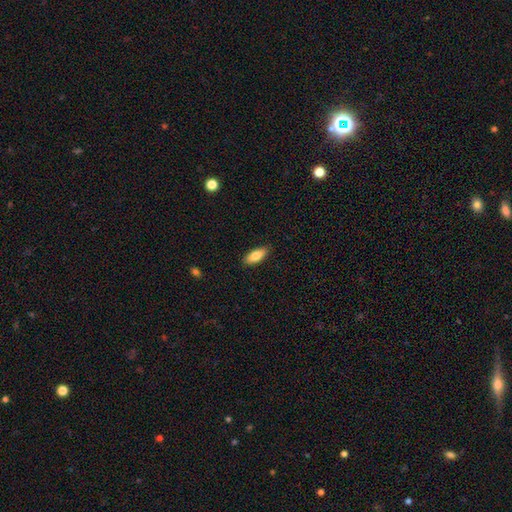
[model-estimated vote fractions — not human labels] smooth-or-featured: smooth: 82% | featured or disk: 12% | star or artifact: 6%
  how-rounded: in between: 78% | cigar-shaped: 20% | round: 2%
  merging: none: 88% | minor disturbance: 9% | major disturbance: 2% | merger: 1%